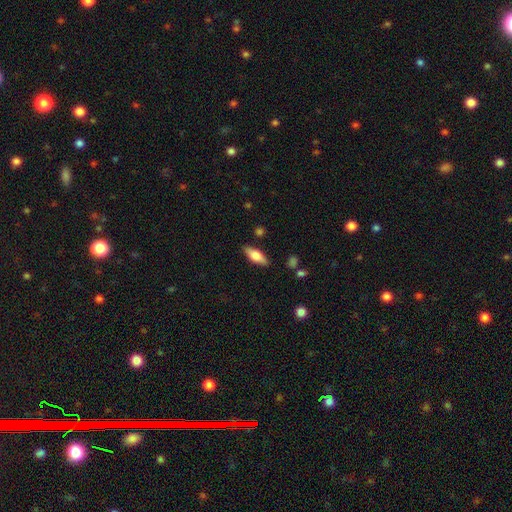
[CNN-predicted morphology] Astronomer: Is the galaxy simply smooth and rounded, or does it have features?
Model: smooth — 62%.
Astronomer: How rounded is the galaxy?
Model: in between — 64%.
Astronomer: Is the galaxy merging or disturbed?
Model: none — 86%.